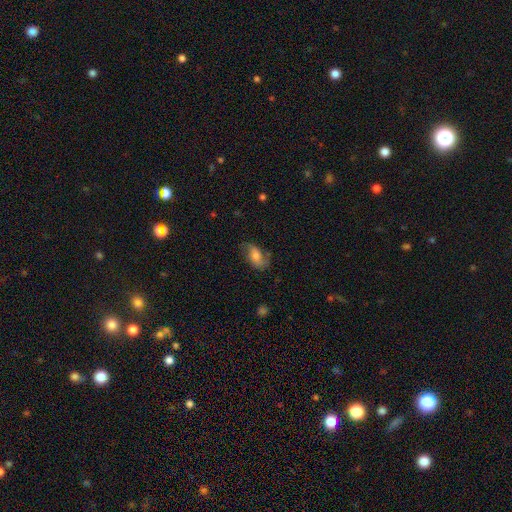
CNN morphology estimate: type=featured or disk (46%); merging=none (66%).